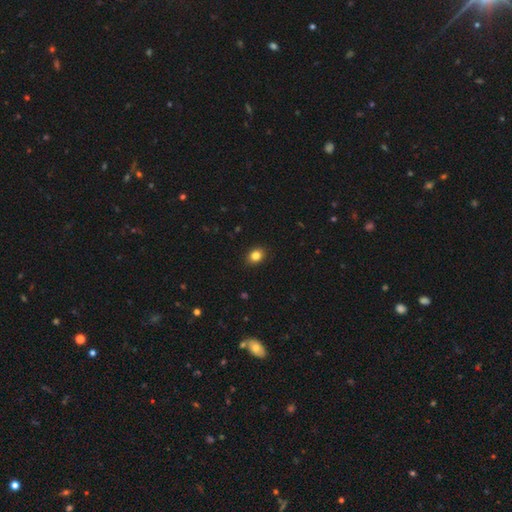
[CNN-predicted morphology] A smooth galaxy with no disk features (84%) that is round (51%).

Vote fractions:
- Smooth or featured? smooth: 84% / star or artifact: 11% / featured or disk: 5%
- How rounded? round: 51% / in between: 48% / cigar-shaped: 1%
- Merging? none: 89% / minor disturbance: 8% / major disturbance: 2% / merger: 1%